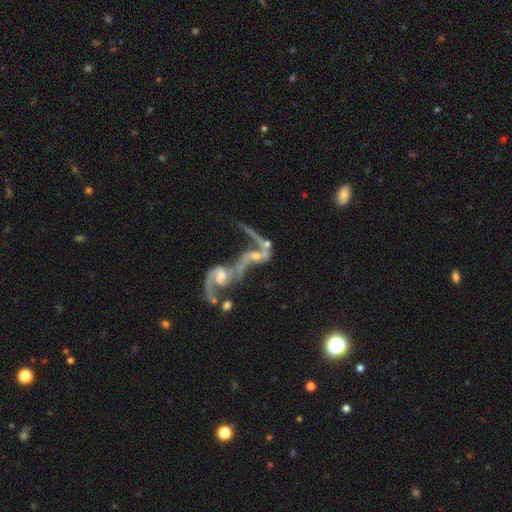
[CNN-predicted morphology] Overall: featured or disk (73%). Edge-on disk: no (92%). Bar: no (60%; weak 29%). Spiral arms: yes (74%). Bulge size: moderate (40%; small 30%). Merging: merger (72%).